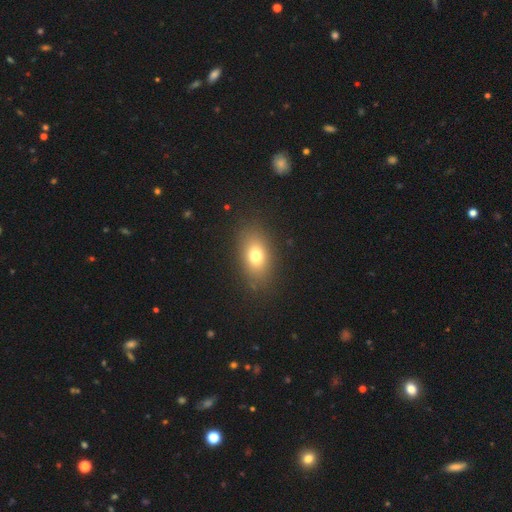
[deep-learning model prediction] The model was most divided on "smooth or featured": smooth: 73%, featured or disk: 14%, star or artifact: 12%. More confident: merging — none (85%); how rounded — in between (81%).